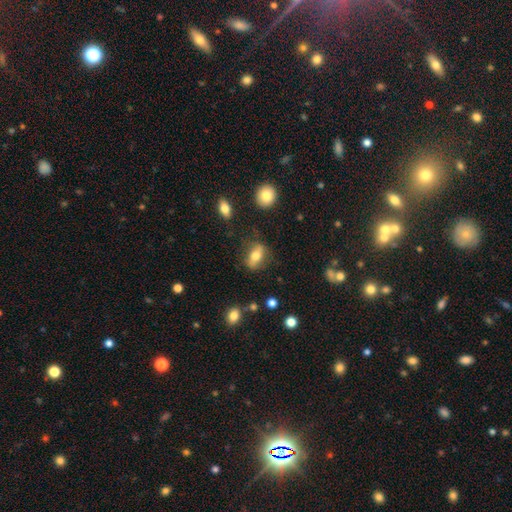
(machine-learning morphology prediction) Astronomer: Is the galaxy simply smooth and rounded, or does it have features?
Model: smooth — 61%.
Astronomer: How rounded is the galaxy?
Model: in between — 75%.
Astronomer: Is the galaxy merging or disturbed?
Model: none — 74%.